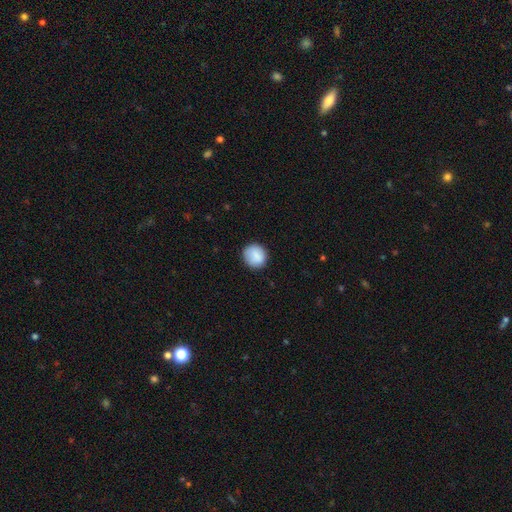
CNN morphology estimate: Overall: smooth (88%). How rounded: round (87%). Merging: none (87%).